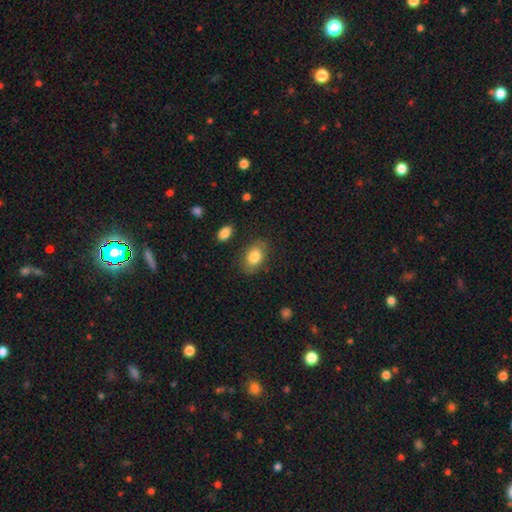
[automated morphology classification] A smooth galaxy with no disk features (82%) that is in between round and cigar-shaped (81%).

Vote fractions:
- Smooth or featured? smooth: 82% / featured or disk: 10% / star or artifact: 8%
- How rounded? in between: 81% / round: 17% / cigar-shaped: 1%
- Merging? none: 83% / minor disturbance: 12% / major disturbance: 3% / merger: 2%